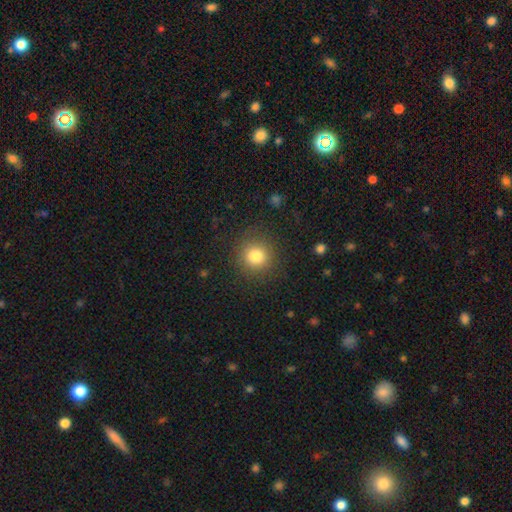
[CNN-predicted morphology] Smooth or featured? Predicted: smooth (p=0.80). How rounded? Predicted: round (p=0.92). Merging? Predicted: none (p=0.88).